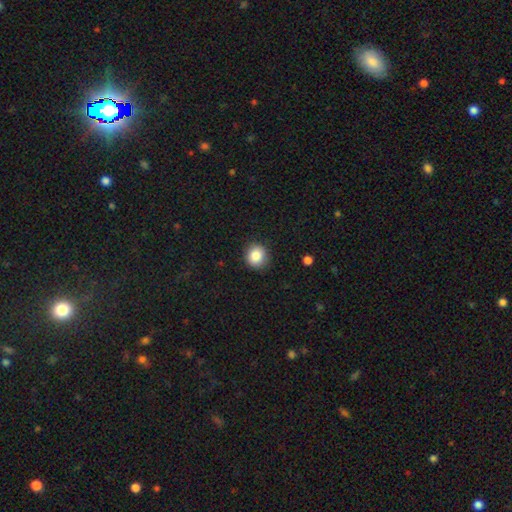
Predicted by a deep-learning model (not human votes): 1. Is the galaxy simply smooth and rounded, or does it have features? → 86% smooth, 9% star or artifact, 5% featured or disk.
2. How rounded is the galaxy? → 85% round, 15% in between, 1% cigar-shaped.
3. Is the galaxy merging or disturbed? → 87% none, 9% minor disturbance, 2% major disturbance, 1% merger.